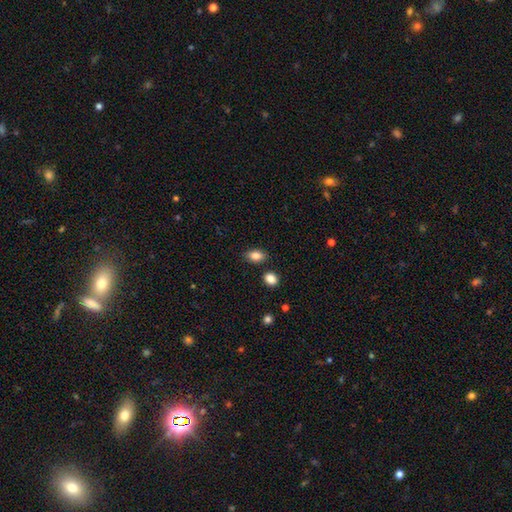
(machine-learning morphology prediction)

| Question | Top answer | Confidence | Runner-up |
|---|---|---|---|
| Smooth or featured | smooth | 85% | star or artifact (9%) |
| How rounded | in between | 82% | round (16%) |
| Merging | none | 82% | minor disturbance (11%) |